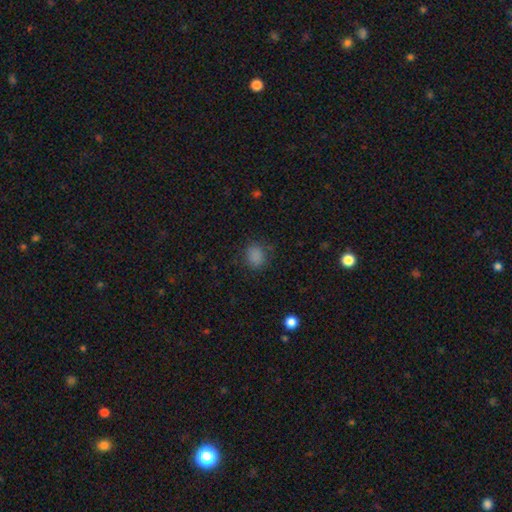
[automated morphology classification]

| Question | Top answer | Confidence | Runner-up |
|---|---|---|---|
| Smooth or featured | smooth | 83% | star or artifact (13%) |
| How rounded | round | 68% | in between (31%) |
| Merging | none | 78% | minor disturbance (15%) |